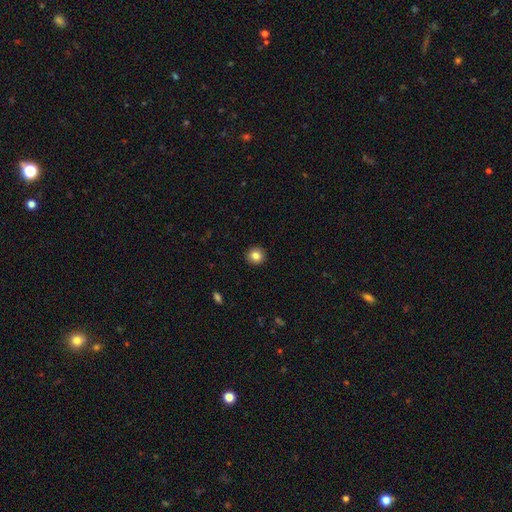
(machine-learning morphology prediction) Q: Smooth or featured?
A: smooth (84%); runner-up: star or artifact (9%)
Q: How rounded?
A: round (92%); runner-up: in between (7%)
Q: Merging?
A: none (93%); runner-up: minor disturbance (5%)